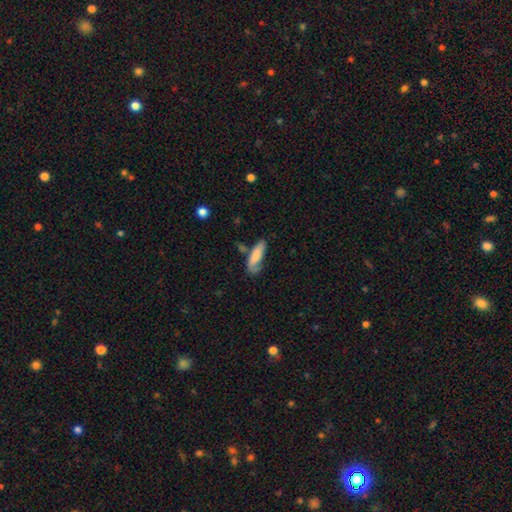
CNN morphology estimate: smooth_or_featured: smooth (p=0.76) [alt: featured or disk p=0.17]
how_rounded: cigar-shaped (p=0.52) [alt: in between p=0.46]
merging: none (p=0.51) [alt: minor disturbance p=0.27]